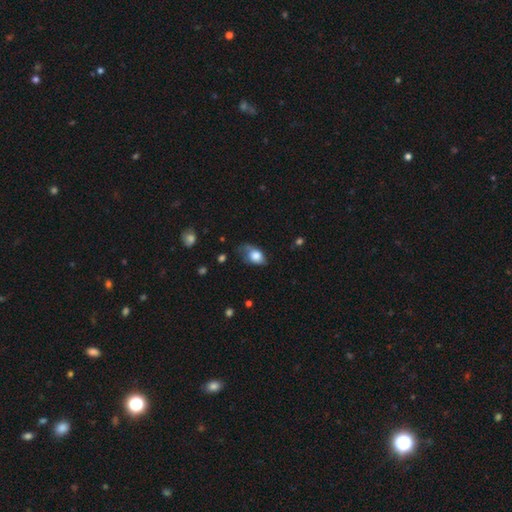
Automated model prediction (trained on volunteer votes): Smooth or featured?
  - smooth: 76% *
  - featured or disk: 16%
  - star or artifact: 8%
How rounded?
  - in between: 83% *
  - round: 15%
  - cigar-shaped: 2%
Merging?
  - none: 40% * (tied)
  - minor disturbance: 40% * (tied)
  - major disturbance: 18%
  - merger: 2%